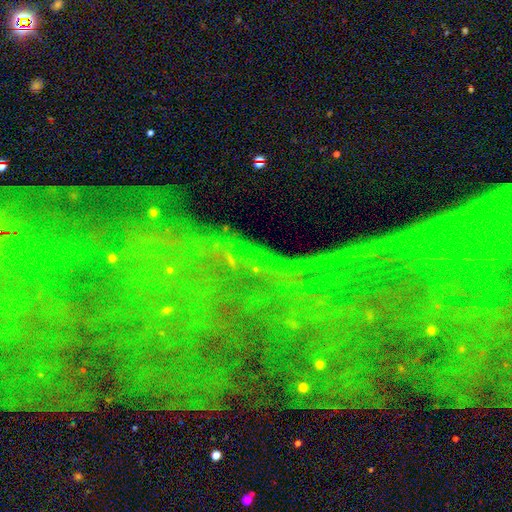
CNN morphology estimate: The model was most divided on "smooth or featured": star or artifact: 80%, featured or disk: 12%, smooth: 8%.